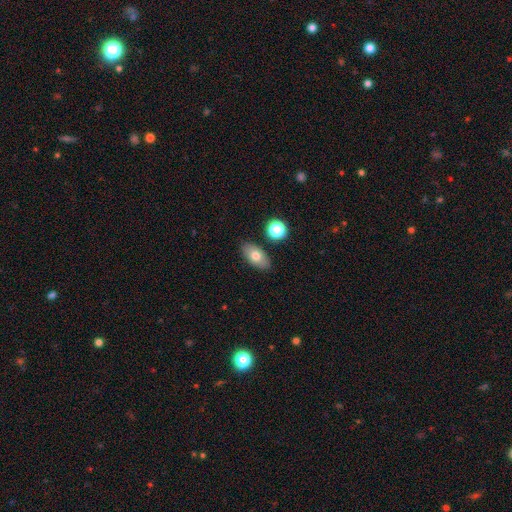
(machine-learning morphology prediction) Q: Smooth or featured?
A: smooth (72%); runner-up: featured or disk (19%)
Q: How rounded?
A: in between (89%); runner-up: round (8%)
Q: Merging?
A: none (84%); runner-up: minor disturbance (10%)